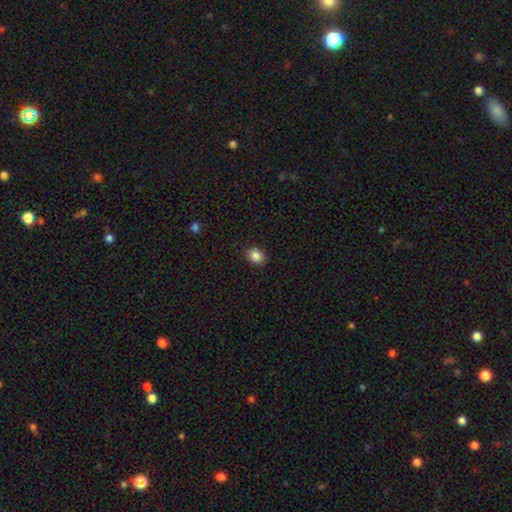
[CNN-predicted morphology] smooth 86%, star or artifact 10%, featured or disk 4%. Down the decision tree: how rounded — in between (52%); merging — none (88%).